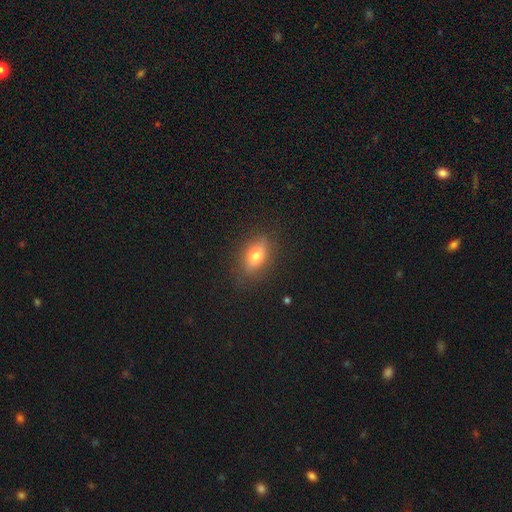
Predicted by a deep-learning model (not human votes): smooth-or-featured: smooth: 69% | featured or disk: 21% | star or artifact: 10%
  how-rounded: in between: 77% | round: 14% | cigar-shaped: 9%
  merging: none: 82% | minor disturbance: 13% | major disturbance: 4% | merger: 1%